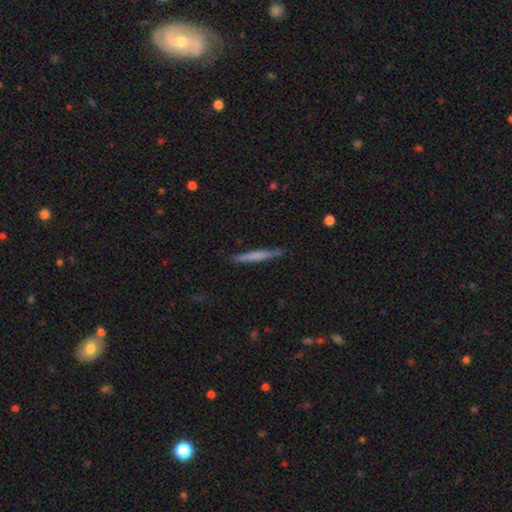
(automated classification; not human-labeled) Q: Smooth or featured?
A: smooth (60%); runner-up: featured or disk (35%)
Q: How rounded?
A: cigar-shaped (96%); runner-up: in between (3%)
Q: Merging?
A: none (87%); runner-up: minor disturbance (10%)